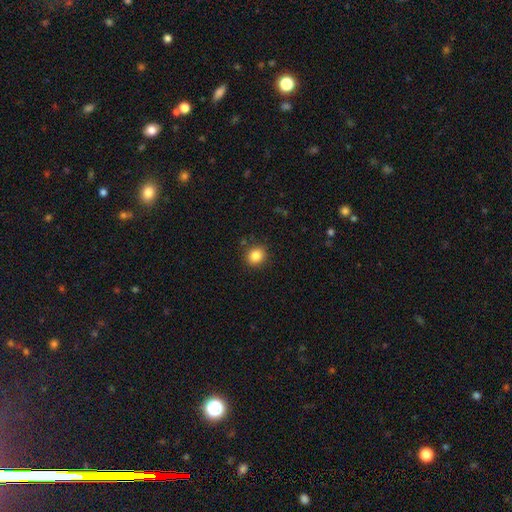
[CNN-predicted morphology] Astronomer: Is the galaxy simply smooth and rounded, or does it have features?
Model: smooth — 85%.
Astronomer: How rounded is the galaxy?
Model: round — 80%.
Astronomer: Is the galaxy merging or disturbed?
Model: none — 88%.